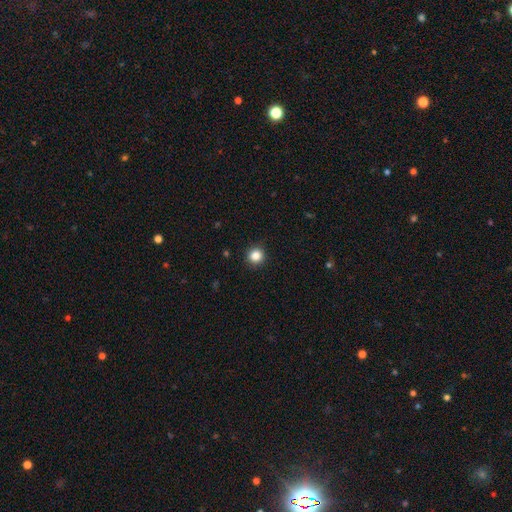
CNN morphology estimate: type=smooth (84%); roundness=round (94%); merging=none (92%).